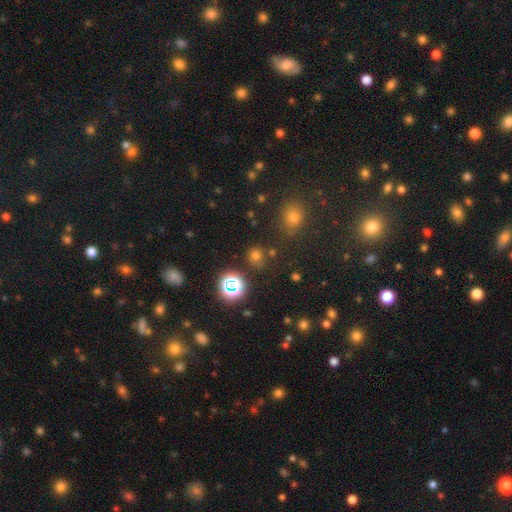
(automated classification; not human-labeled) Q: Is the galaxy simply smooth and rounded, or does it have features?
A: smooth — 64%.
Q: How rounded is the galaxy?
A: round — 83%.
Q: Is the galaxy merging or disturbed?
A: none — 76%.